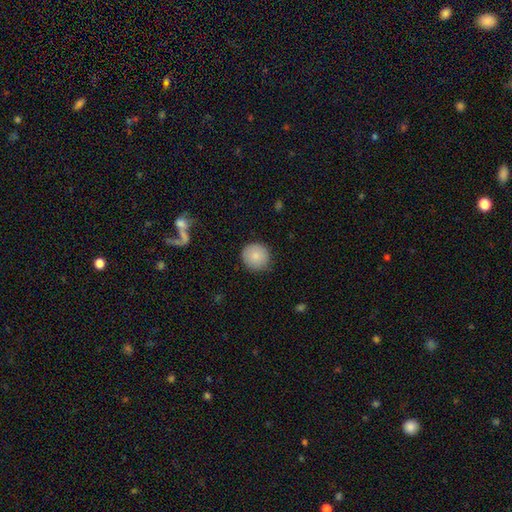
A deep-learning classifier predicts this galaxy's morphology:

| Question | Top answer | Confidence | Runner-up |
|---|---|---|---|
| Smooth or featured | smooth | 84% | featured or disk (9%) |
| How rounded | round | 93% | in between (6%) |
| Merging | none | 87% | minor disturbance (10%) |